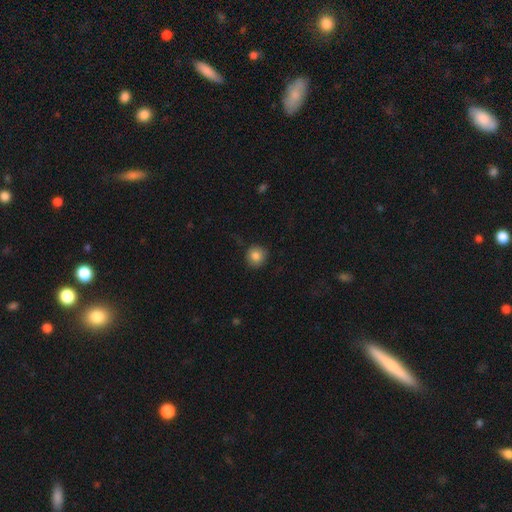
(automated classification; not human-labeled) smooth-or-featured: smooth: 84% | star or artifact: 9% | featured or disk: 6%
  how-rounded: round: 93% | in between: 6% | cigar-shaped: 1%
  merging: none: 86% | minor disturbance: 10% | major disturbance: 3% | merger: 1%